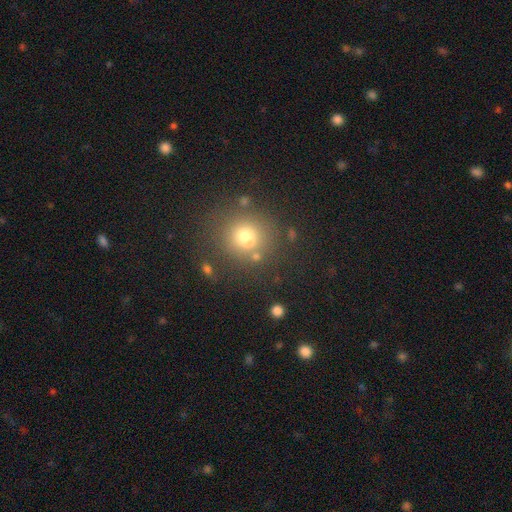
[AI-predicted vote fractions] Overall: smooth (69%). How rounded: round (85%). Merging: none (74%).